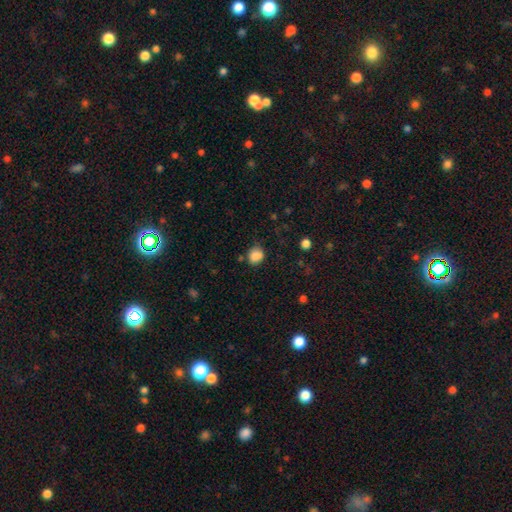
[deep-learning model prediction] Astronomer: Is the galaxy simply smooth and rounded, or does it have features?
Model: smooth — 85%.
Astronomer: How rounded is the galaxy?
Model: round — 65%.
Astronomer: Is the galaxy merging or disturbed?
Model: none — 67%.